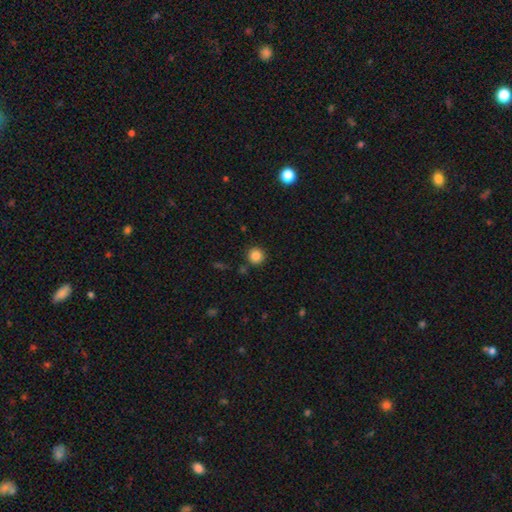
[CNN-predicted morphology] A smooth galaxy with no disk features (85%) that is round (95%). Merging: none (87%).